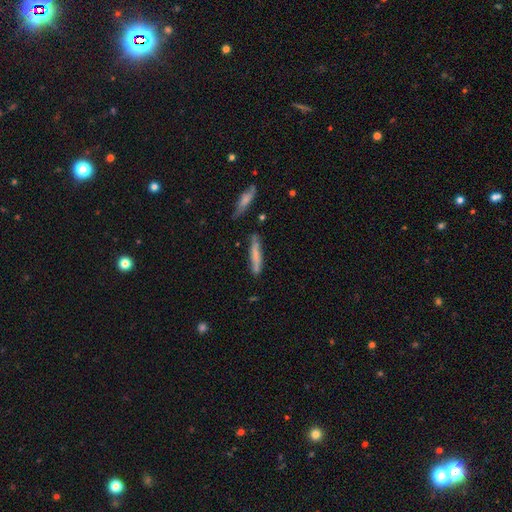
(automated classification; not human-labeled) The model was most divided on "smooth or featured": smooth: 66%, featured or disk: 27%, star or artifact: 7%. More confident: how rounded — cigar-shaped (89%); merging — none (69%).